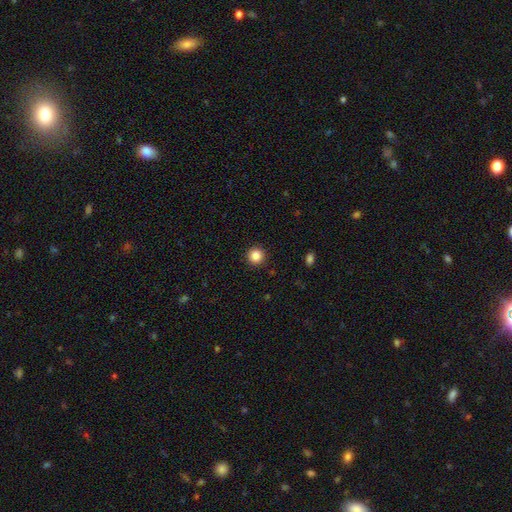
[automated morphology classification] type=smooth (86%); roundness=round (95%); merging=none (92%).